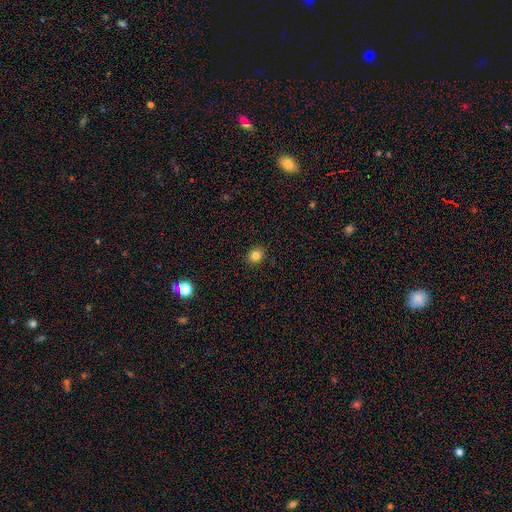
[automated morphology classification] Smooth or featured? Predicted: smooth (p=0.83). How rounded? Predicted: round (p=0.71). Merging? Predicted: none (p=0.90).